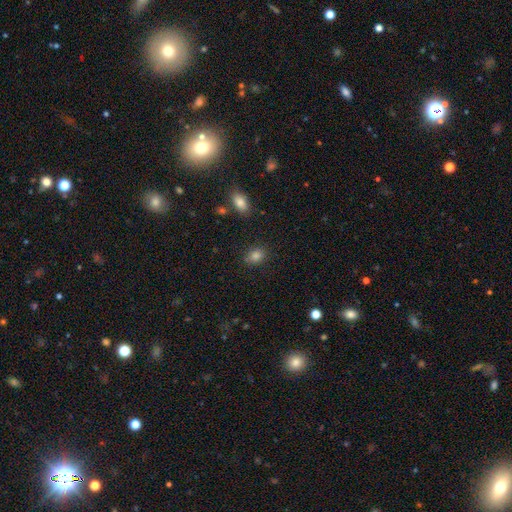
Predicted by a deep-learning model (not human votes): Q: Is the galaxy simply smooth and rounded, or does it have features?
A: smooth — 82%.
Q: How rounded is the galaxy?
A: in between — 63%.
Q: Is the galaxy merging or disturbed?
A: none — 84%.